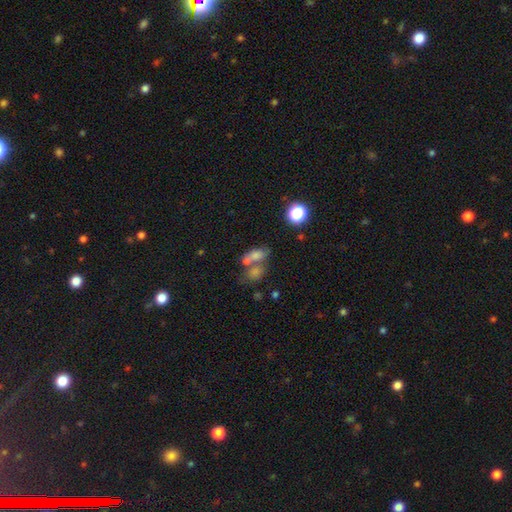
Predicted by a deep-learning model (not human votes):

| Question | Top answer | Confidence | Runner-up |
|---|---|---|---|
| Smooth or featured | smooth | 68% | featured or disk (18%) |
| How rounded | in between | 74% | round (20%) |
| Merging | merger | 53% | none (28%) |